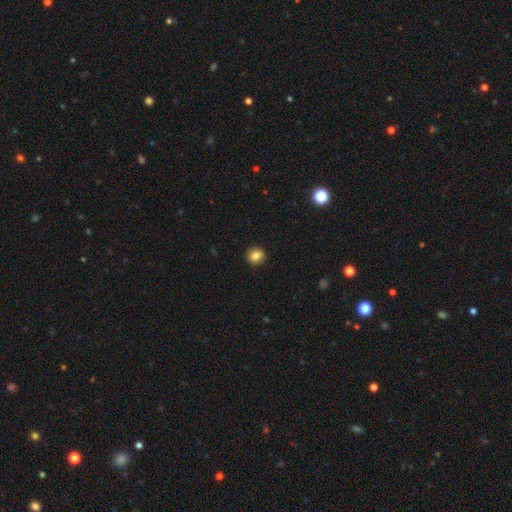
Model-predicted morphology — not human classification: A smooth galaxy with no disk features (84%) that is round (85%).

Vote fractions:
- Smooth or featured? smooth: 84% / star or artifact: 10% / featured or disk: 7%
- How rounded? round: 85% / in between: 14% / cigar-shaped: 1%
- Merging? none: 92% / minor disturbance: 6% / major disturbance: 2% / merger: 1%